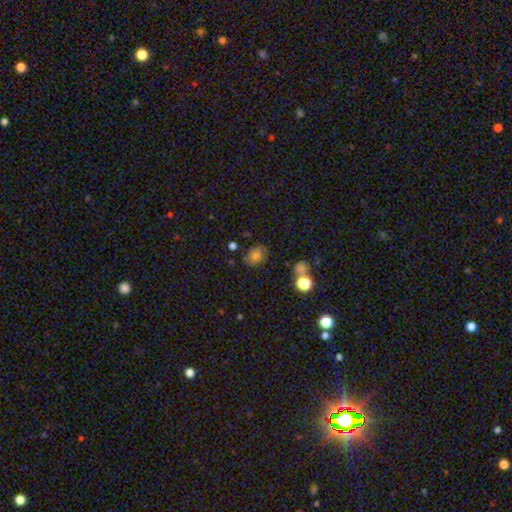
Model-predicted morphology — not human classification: Overall: smooth (73%). How rounded: in between (61%; round 38%). Merging: none (71%).